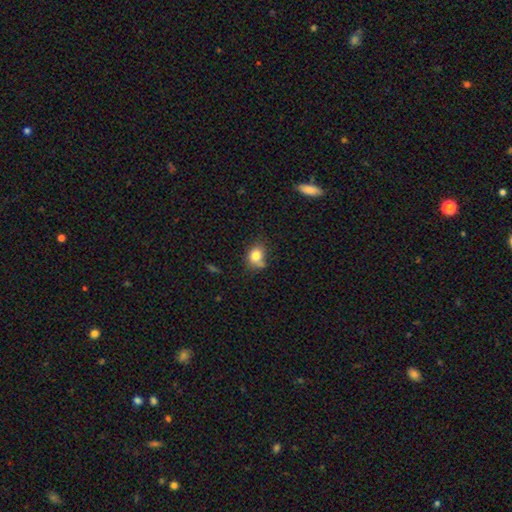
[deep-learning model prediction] A smooth galaxy with no disk features (80%) that is round (52%).

Vote fractions:
- Smooth or featured? smooth: 80% / star or artifact: 11% / featured or disk: 9%
- How rounded? round: 52% / in between: 46% / cigar-shaped: 1%
- Merging? none: 54% / minor disturbance: 27% / merger: 10% / major disturbance: 9%